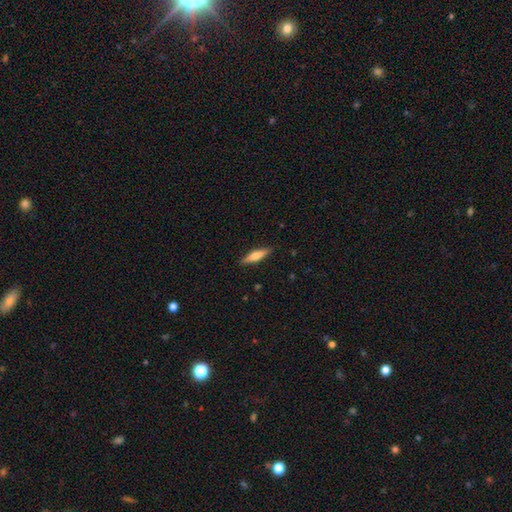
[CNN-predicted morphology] Q: Smooth or featured?
A: smooth (60%); runner-up: featured or disk (34%)
Q: How rounded?
A: cigar-shaped (73%); runner-up: in between (26%)
Q: Merging?
A: none (89%); runner-up: minor disturbance (8%)